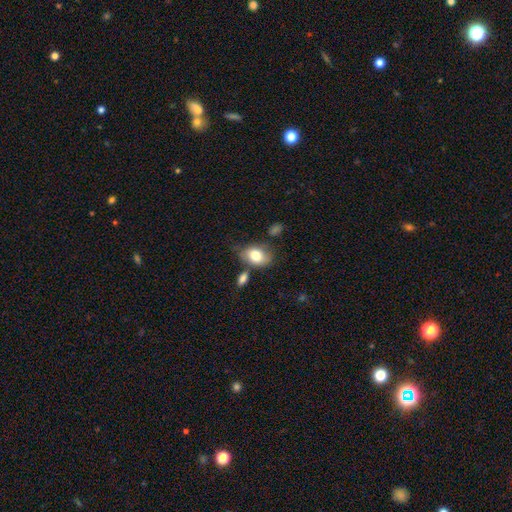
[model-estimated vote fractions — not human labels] This is likely a smooth galaxy (77%). How rounded: likely in between (77%). Merging: possibly none (59%).